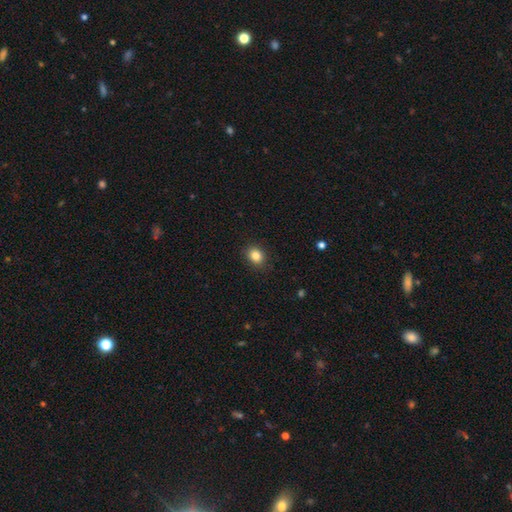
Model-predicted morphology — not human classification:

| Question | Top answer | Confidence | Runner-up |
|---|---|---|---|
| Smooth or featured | smooth | 85% | star or artifact (11%) |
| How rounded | round | 54% | in between (45%) |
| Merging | none | 89% | minor disturbance (8%) |